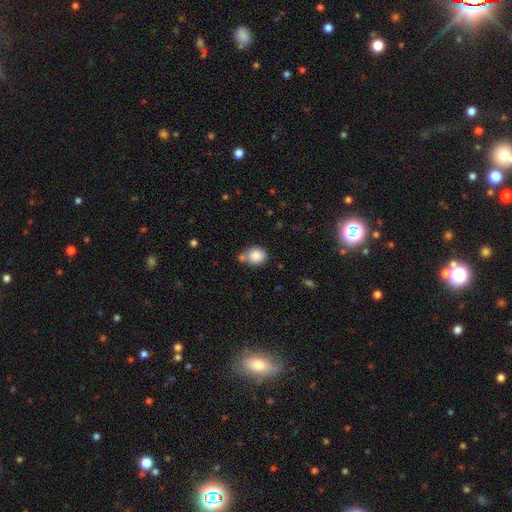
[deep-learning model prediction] Q: Smooth or featured?
A: smooth (85%); runner-up: star or artifact (9%)
Q: How rounded?
A: round (73%); runner-up: in between (26%)
Q: Merging?
A: none (60%); runner-up: merger (21%)